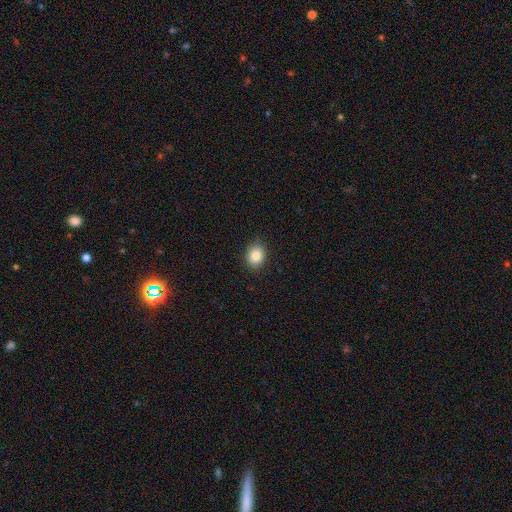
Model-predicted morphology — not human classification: Smooth or featured? smooth (85%)
How rounded? round (58%)
Merging? none (85%)